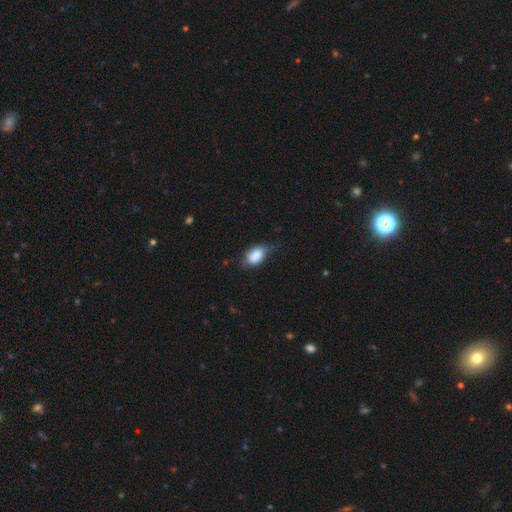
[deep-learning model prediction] smooth-or-featured: smooth: 82% | featured or disk: 11% | star or artifact: 7%
  how-rounded: in between: 90% | round: 7% | cigar-shaped: 3%
  merging: none: 44% | minor disturbance: 40% | major disturbance: 13% | merger: 2%